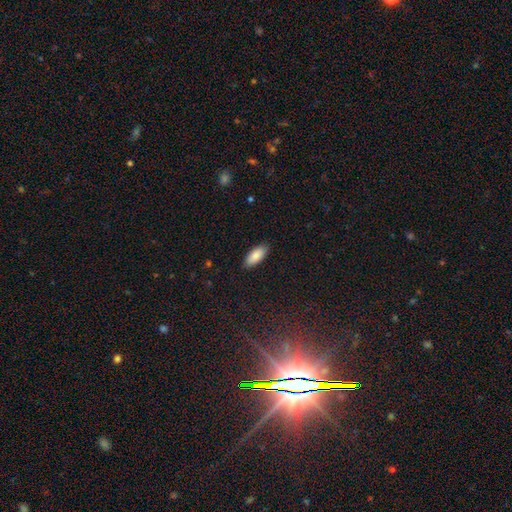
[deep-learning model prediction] A smooth galaxy with no disk features (87%) that is in between round and cigar-shaped (83%).

Vote fractions:
- Smooth or featured? smooth: 87% / featured or disk: 7% / star or artifact: 6%
- How rounded? in between: 83% / cigar-shaped: 16% / round: 2%
- Merging? none: 88% / minor disturbance: 9% / major disturbance: 2% / merger: 1%